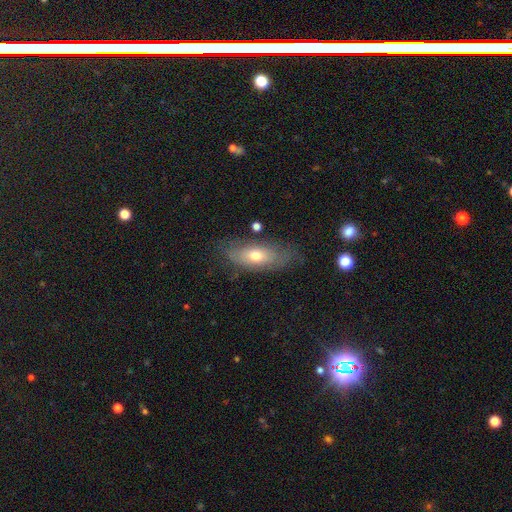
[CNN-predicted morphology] A smooth galaxy with no disk features (57%) that is in between round and cigar-shaped (77%). Merging: none (66%).